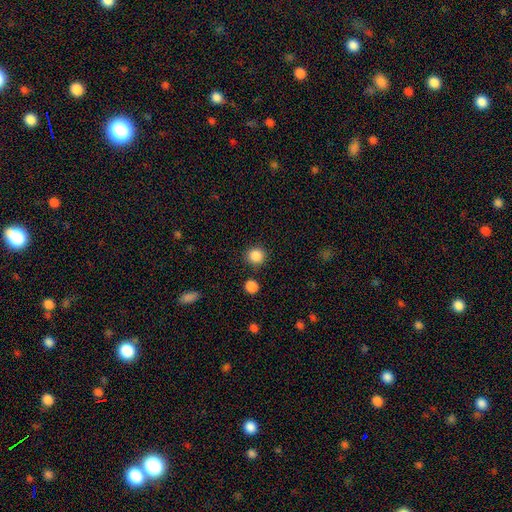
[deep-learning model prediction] Smooth or featured? Predicted: smooth (p=0.87). How rounded? Predicted: round (p=0.91). Merging? Predicted: none (p=0.86).